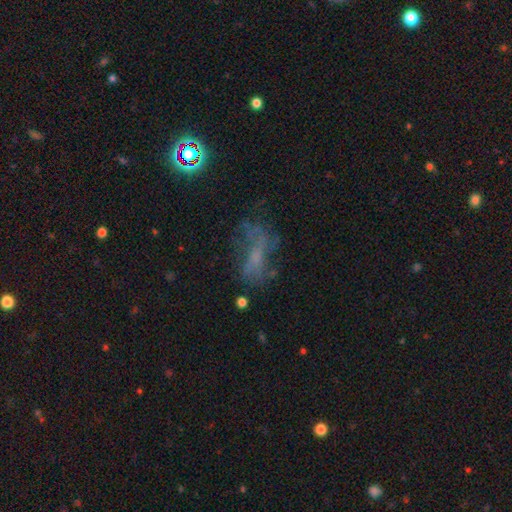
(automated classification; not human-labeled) This appears to be a featured or disk galaxy (47%). Merging: none (44%).